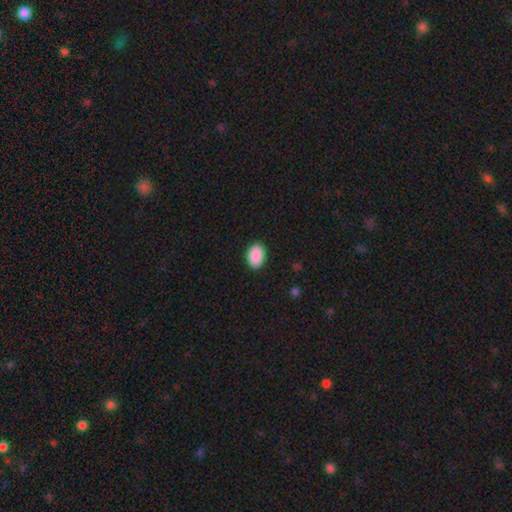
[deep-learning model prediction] smooth-or-featured: smooth: 91% | star or artifact: 7% | featured or disk: 2%
  how-rounded: in between: 86% | round: 13% | cigar-shaped: 1%
  merging: none: 90% | minor disturbance: 7% | major disturbance: 2% | merger: 1%